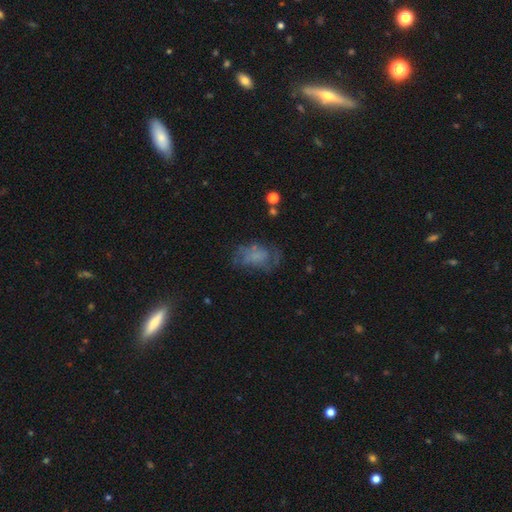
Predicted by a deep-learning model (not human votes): This appears to be a featured or disk galaxy (48%). Merging: none (51%).